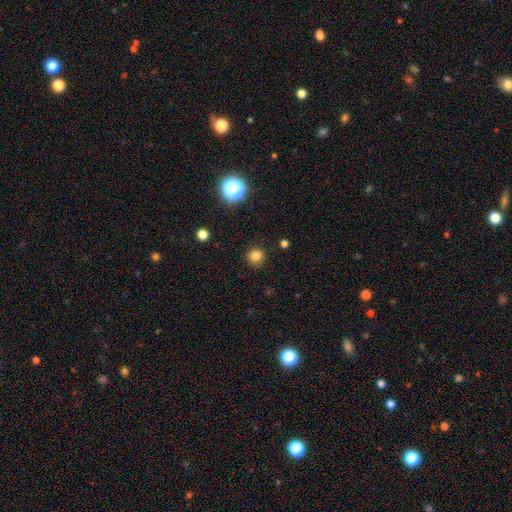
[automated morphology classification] This appears to be a smooth galaxy with no disk features (81%) that is round (92%). Merging: none (90%).